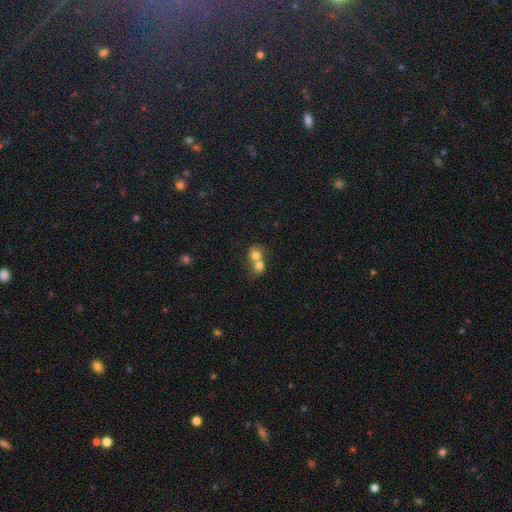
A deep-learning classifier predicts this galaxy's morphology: Smooth or featured?
  - smooth: 73% *
  - featured or disk: 17%
  - star or artifact: 10%
How rounded?
  - round: 70% *
  - in between: 29%
  - cigar-shaped: 1%
Merging?
  - merger: 74% *
  - none: 19%
  - minor disturbance: 4%
  - major disturbance: 3%